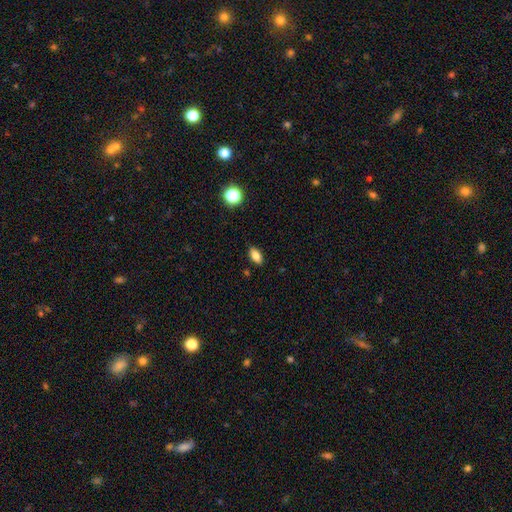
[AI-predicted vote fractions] Smooth or featured?
  - smooth: 82% *
  - star or artifact: 10%
  - featured or disk: 8%
How rounded?
  - in between: 88% *
  - cigar-shaped: 7%
  - round: 5%
Merging?
  - none: 87% *
  - minor disturbance: 9%
  - major disturbance: 2%
  - merger: 1%